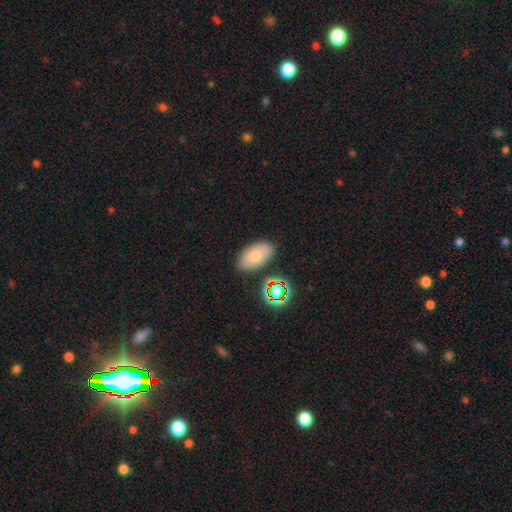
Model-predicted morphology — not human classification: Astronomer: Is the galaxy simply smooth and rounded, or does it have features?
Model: smooth — 74%.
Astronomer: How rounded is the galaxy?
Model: in between — 93%.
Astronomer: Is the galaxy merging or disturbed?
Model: none — 81%.